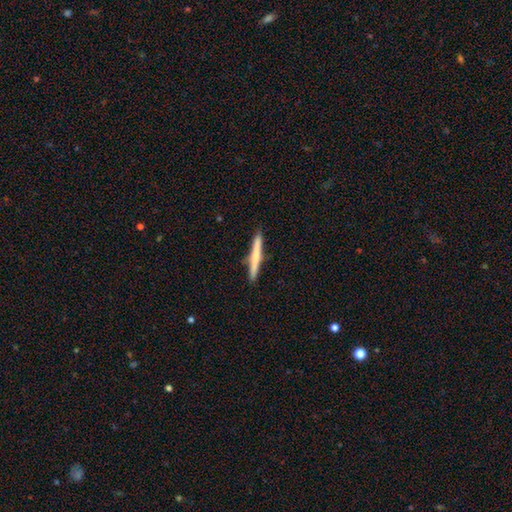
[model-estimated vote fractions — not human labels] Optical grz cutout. It shows a smooth galaxy with no disk features (55%) that is cigar-shaped (96%). Merging: none (91%).